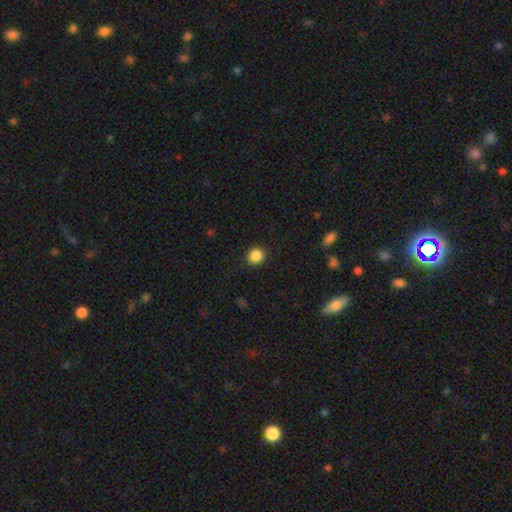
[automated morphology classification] This appears to be a smooth galaxy with no disk features (87%) that is round (95%). Merging: none (91%).